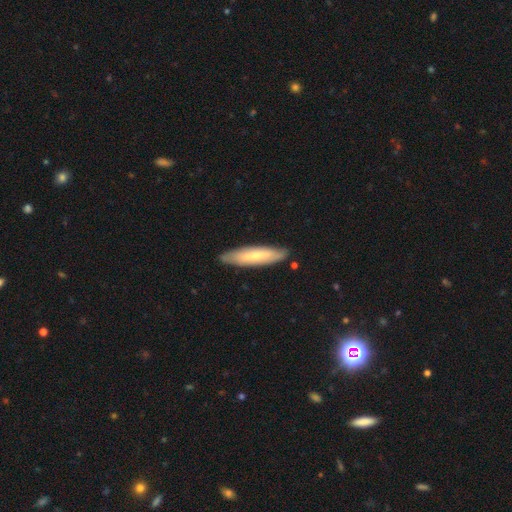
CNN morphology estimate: This is possibly a smooth galaxy (56%). How rounded: likely cigar-shaped (76%). Merging: clearly none (84%).